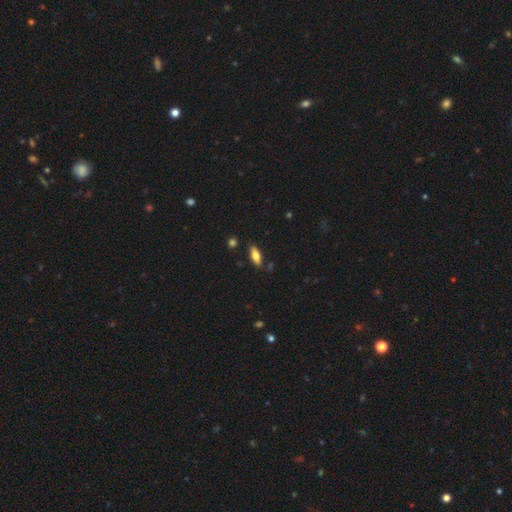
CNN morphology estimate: Smooth or featured? Predicted: smooth (p=0.72). How rounded? Predicted: in between (p=0.75). Merging? Predicted: none (p=0.82).